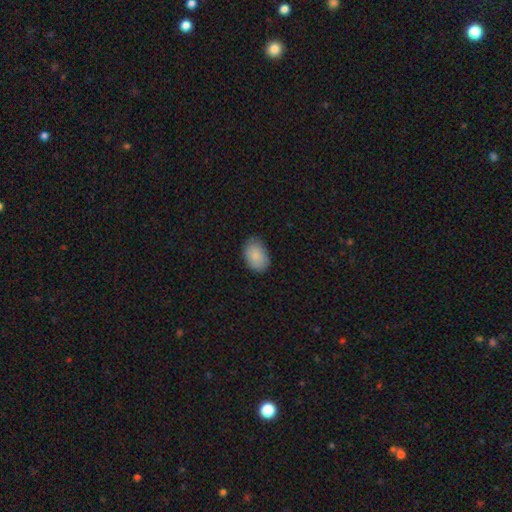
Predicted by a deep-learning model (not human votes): This is clearly a smooth galaxy (87%). How rounded: clearly in between (84%). Merging: clearly none (81%).